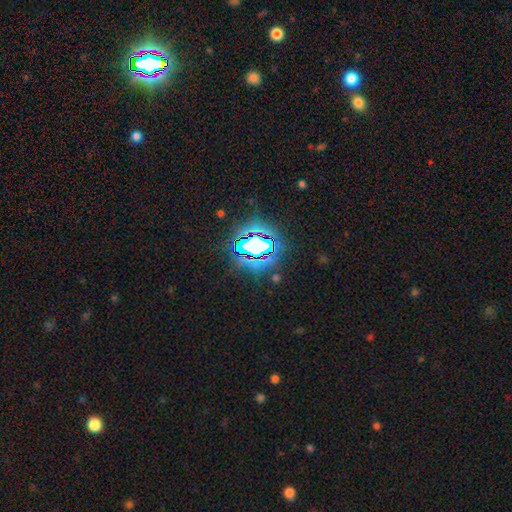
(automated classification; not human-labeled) Smooth or featured? star or artifact (80%)